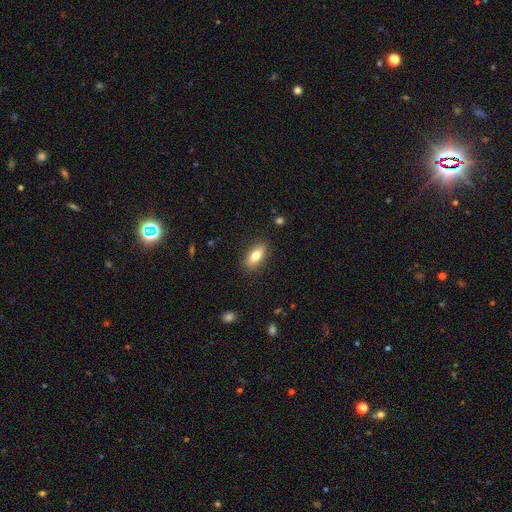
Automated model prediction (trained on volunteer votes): Smooth or featured? Predicted: smooth (p=0.76). How rounded? Predicted: in between (p=0.81). Merging? Predicted: none (p=0.87).